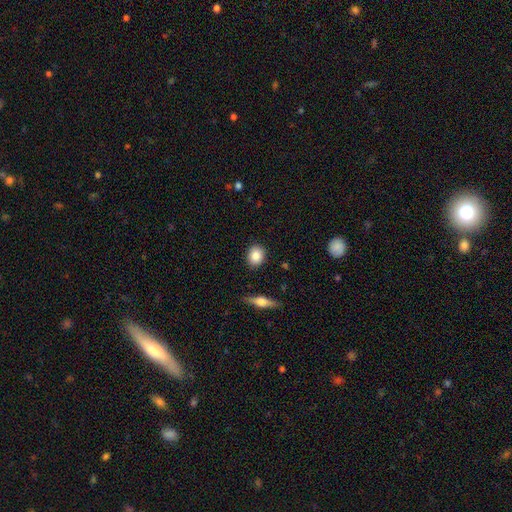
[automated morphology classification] Smooth or featured?
  - smooth: 85% *
  - featured or disk: 8%
  - star or artifact: 8%
How rounded?
  - round: 59% *
  - in between: 39%
  - cigar-shaped: 2%
Merging?
  - none: 89% *
  - minor disturbance: 7%
  - major disturbance: 2%
  - merger: 2%